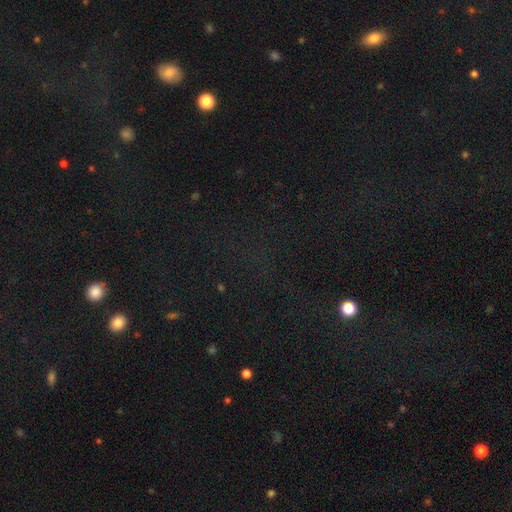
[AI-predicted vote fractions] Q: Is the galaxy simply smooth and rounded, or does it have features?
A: star or artifact — 69%.